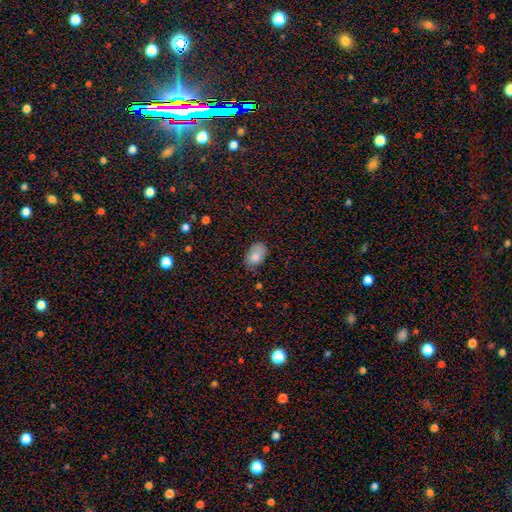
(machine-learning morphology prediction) smooth 84%, featured or disk 8%, star or artifact 8%. Down the decision tree: how rounded — in between (89%); merging — none (69%).